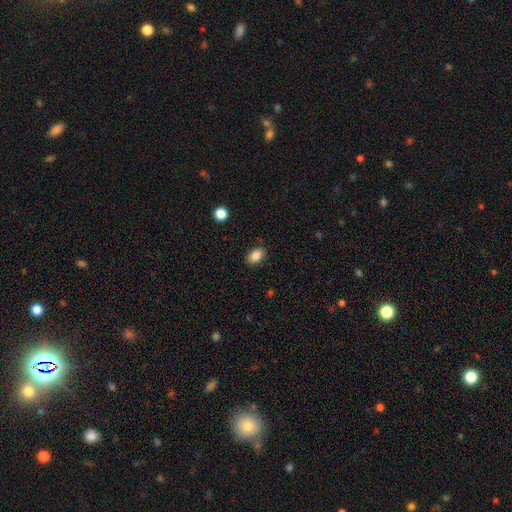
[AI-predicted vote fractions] Smooth or featured? smooth (86%)
How rounded? in between (82%)
Merging? none (86%)